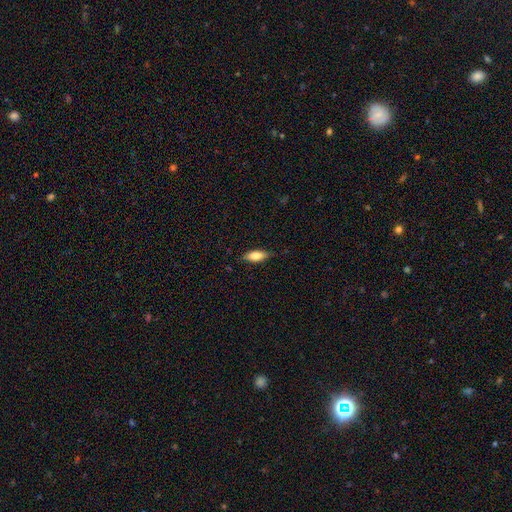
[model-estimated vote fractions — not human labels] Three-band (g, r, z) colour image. It shows a smooth galaxy with no disk features (78%) that is in between round and cigar-shaped (76%). Merging: none (82%).